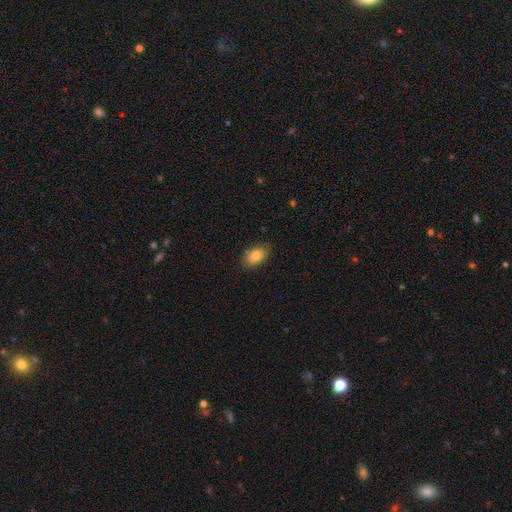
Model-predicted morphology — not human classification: smooth-or-featured: smooth: 78% | featured or disk: 14% | star or artifact: 8%
  how-rounded: in between: 86% | round: 12% | cigar-shaped: 2%
  merging: none: 82% | minor disturbance: 14% | major disturbance: 3% | merger: 2%